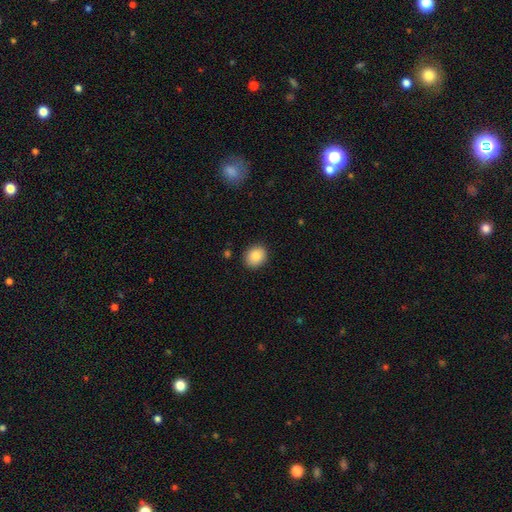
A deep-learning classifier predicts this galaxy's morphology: Q: Smooth or featured?
A: smooth (86%); runner-up: star or artifact (8%)
Q: How rounded?
A: round (61%); runner-up: in between (38%)
Q: Merging?
A: none (88%); runner-up: minor disturbance (8%)